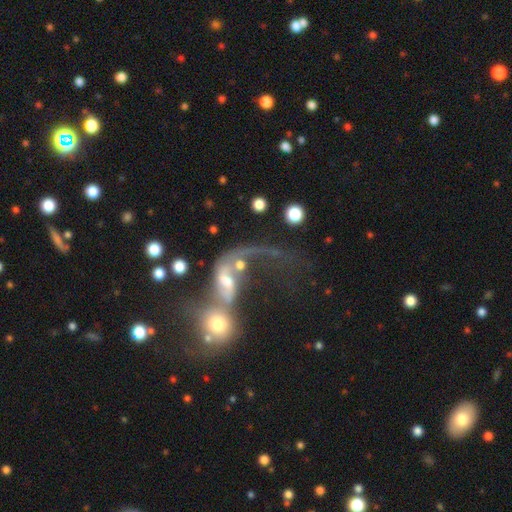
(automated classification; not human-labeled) The model was most divided on "bulge size": moderate: 45%, small: 32%, none: 10%, large: 9%, dominant: 3%. More confident: edge-on disk — no (93%); merging — merger (76%); spiral arms — yes (67%); bar — no (63%); smooth or featured — featured or disk (62%).